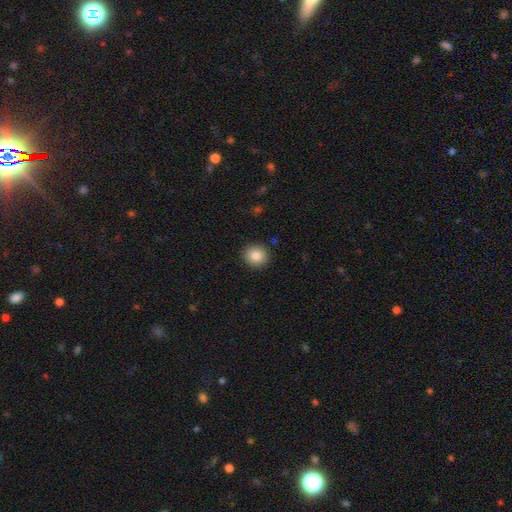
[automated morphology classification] smooth 86%, star or artifact 9%, featured or disk 5%. Down the decision tree: how rounded — round (87%); merging — none (91%).